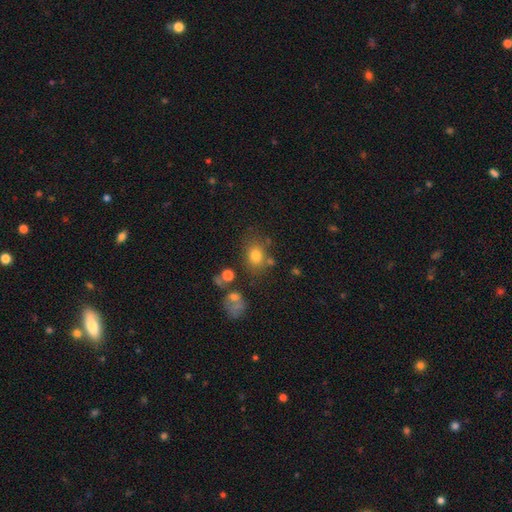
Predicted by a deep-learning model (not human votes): smooth_or_featured: smooth (p=0.76) [alt: star or artifact p=0.13]
how_rounded: in between (p=0.53) [alt: round p=0.45]
merging: none (p=0.66) [alt: minor disturbance p=0.16]